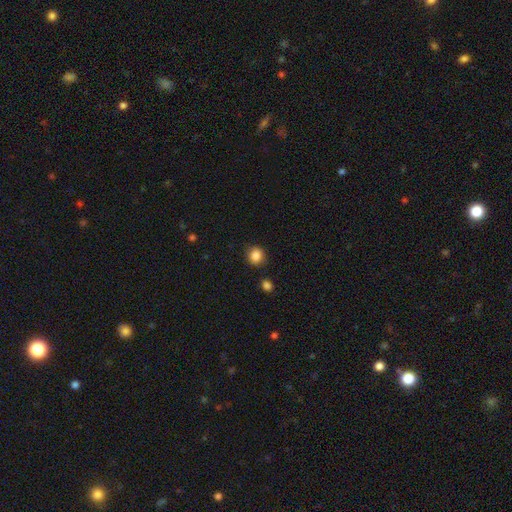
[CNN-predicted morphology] Overall: smooth (86%). How rounded: round (85%). Merging: none (86%).